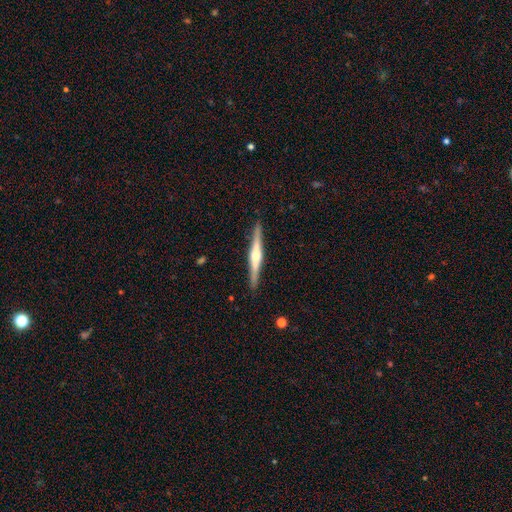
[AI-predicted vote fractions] Morphology: type=featured or disk (73%); edge-on=yes (98%); edge-on bulge=rounded (83%); merging=none (91%).